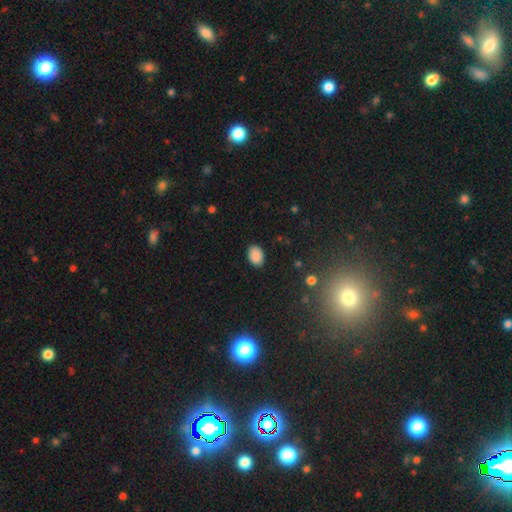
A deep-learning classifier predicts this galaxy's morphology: Q: Smooth or featured?
A: smooth (88%); runner-up: star or artifact (9%)
Q: How rounded?
A: in between (82%); runner-up: round (17%)
Q: Merging?
A: none (87%); runner-up: minor disturbance (10%)